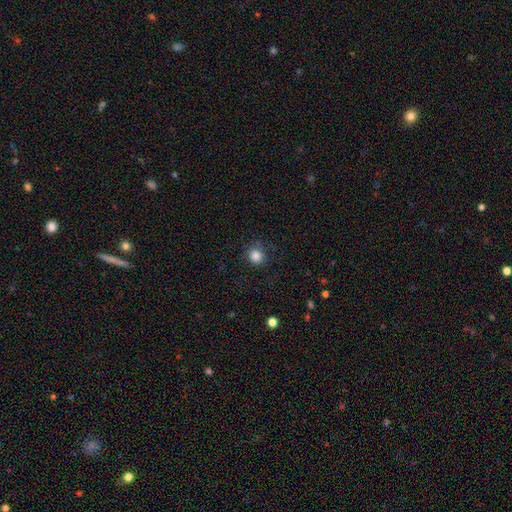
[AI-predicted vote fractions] This appears to be a smooth galaxy with no disk features (85%) that is round (86%). Merging: none (76%).